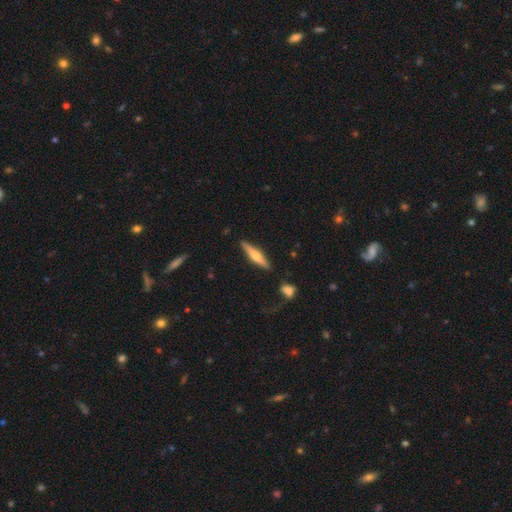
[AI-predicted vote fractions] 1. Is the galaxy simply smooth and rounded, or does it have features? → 57% featured or disk, 37% smooth, 6% star or artifact.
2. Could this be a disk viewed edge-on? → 95% yes, 5% no.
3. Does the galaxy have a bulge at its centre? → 90% rounded, 5% none, 5% boxy.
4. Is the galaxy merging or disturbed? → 85% none, 10% minor disturbance, 3% merger, 2% major disturbance.